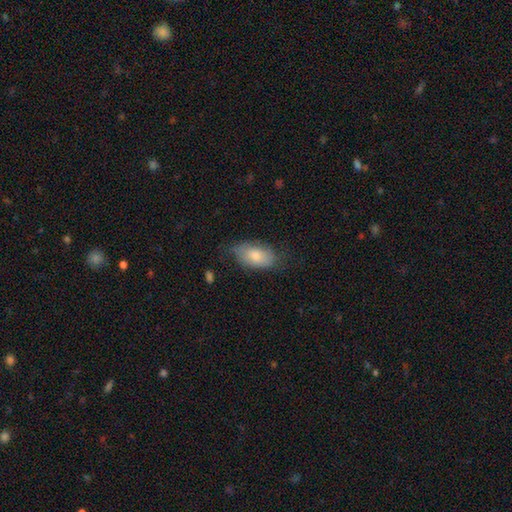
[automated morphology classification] smooth-or-featured: smooth: 78% | featured or disk: 16% | star or artifact: 6%
  how-rounded: in between: 93% | round: 5% | cigar-shaped: 2%
  merging: none: 63% | minor disturbance: 27% | major disturbance: 8% | merger: 2%